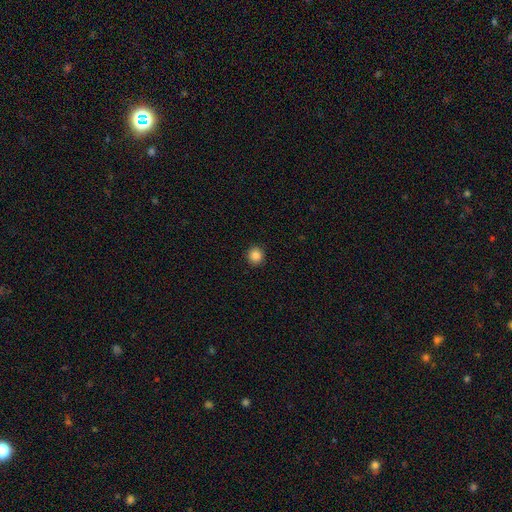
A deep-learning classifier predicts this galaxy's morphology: smooth-or-featured: smooth: 85% | star or artifact: 10% | featured or disk: 4%
  how-rounded: round: 93% | in between: 6% | cigar-shaped: 1%
  merging: none: 93% | minor disturbance: 5% | major disturbance: 2% | merger: 1%